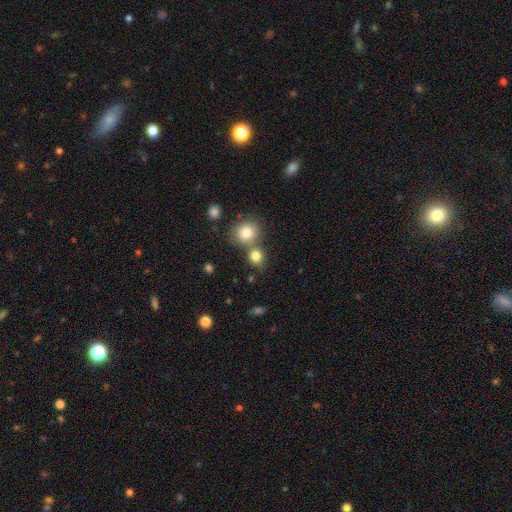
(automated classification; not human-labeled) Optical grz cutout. It shows a smooth galaxy with no disk features (80%) that is round (78%). Merging: none (56%).